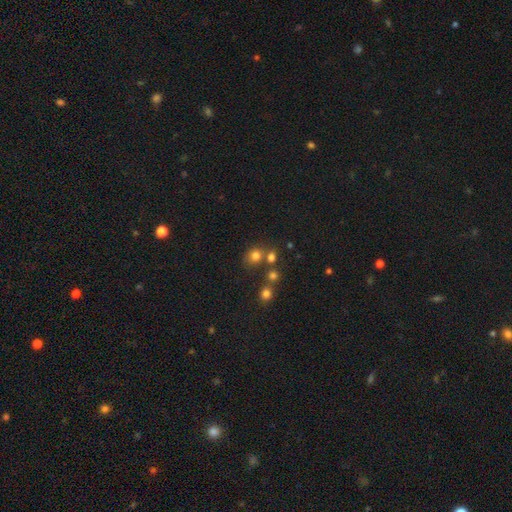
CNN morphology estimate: A smooth galaxy with no disk features (74%) that is round (72%).

Vote fractions:
- Smooth or featured? smooth: 74% / star or artifact: 18% / featured or disk: 8%
- How rounded? round: 72% / in between: 27% / cigar-shaped: 1%
- Merging? none: 60% / merger: 23% / minor disturbance: 12% / major disturbance: 5%